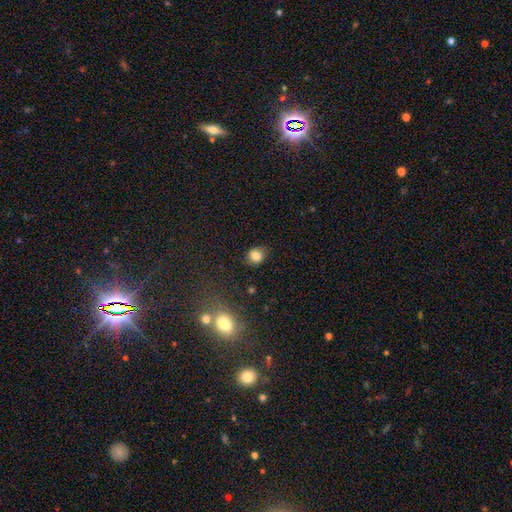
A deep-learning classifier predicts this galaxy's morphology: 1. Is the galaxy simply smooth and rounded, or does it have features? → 82% smooth, 11% star or artifact, 7% featured or disk.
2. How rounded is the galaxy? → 70% round, 29% in between, 1% cigar-shaped.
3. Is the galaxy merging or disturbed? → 84% none, 11% minor disturbance, 3% major disturbance, 2% merger.